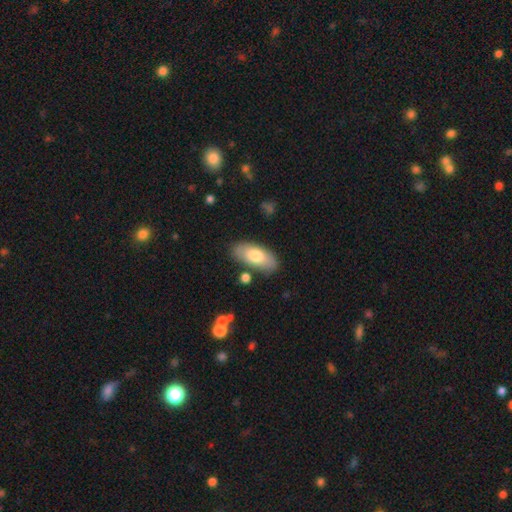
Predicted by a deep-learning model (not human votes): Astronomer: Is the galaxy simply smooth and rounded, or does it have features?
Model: smooth — 72%.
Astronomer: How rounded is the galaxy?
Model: in between — 89%.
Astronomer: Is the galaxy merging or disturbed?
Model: none — 81%.